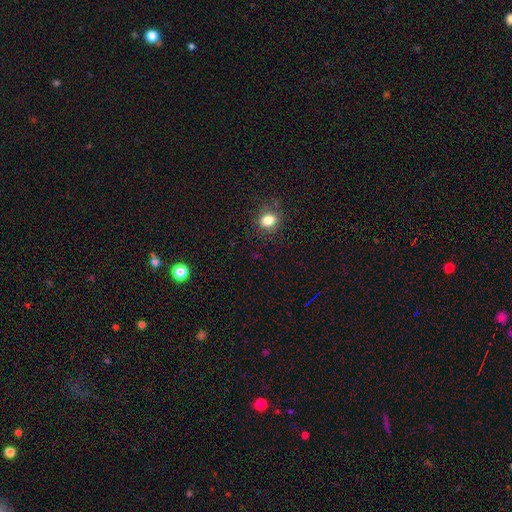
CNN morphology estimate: The model was most divided on "how rounded": round: 53%, in between: 45%, cigar-shaped: 2%. More confident: merging — none (84%); smooth or featured — smooth (74%).